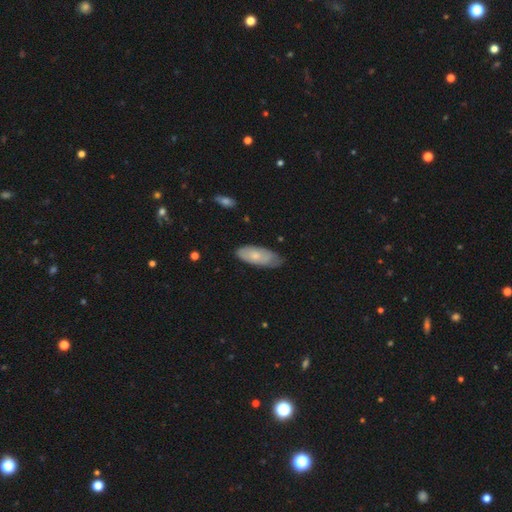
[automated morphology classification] smooth 66%, featured or disk 28%, star or artifact 6%. Down the decision tree: how rounded — in between (82%); merging — none (64%).